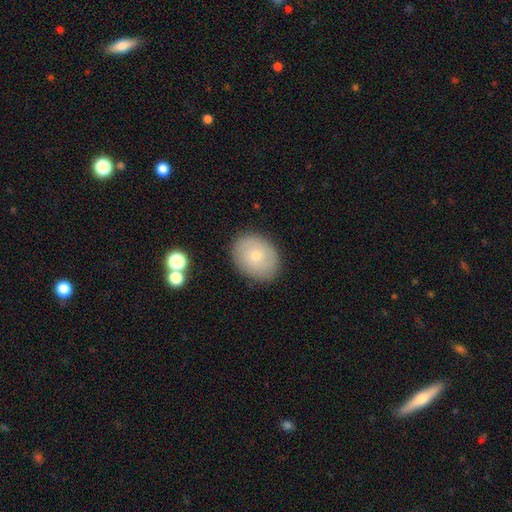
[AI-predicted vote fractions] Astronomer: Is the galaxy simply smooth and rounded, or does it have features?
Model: smooth — 65%.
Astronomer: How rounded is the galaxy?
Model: in between — 56% (runner-up: round, 43%).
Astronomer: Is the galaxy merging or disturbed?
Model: none — 86%.